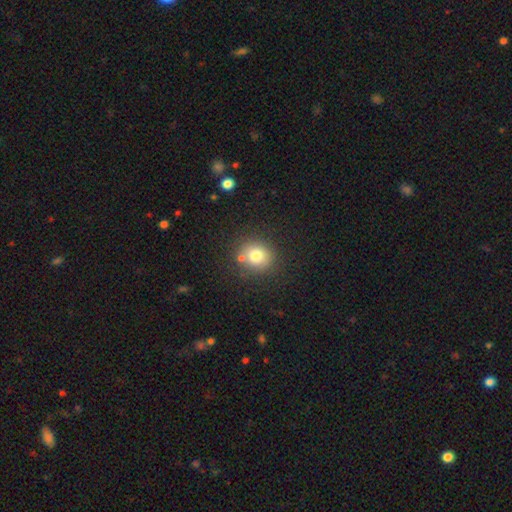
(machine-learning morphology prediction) Overall: smooth (77%). How rounded: round (83%). Merging: none (77%).